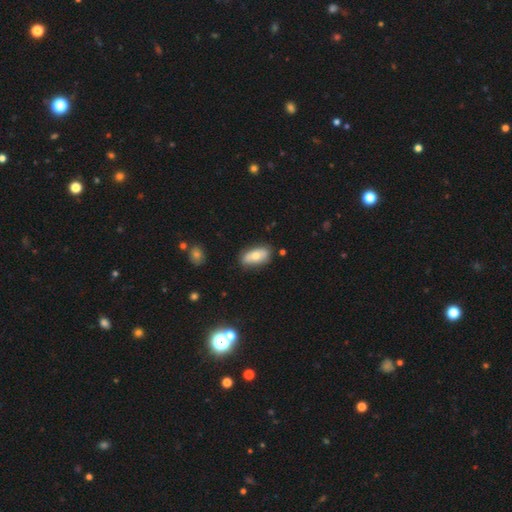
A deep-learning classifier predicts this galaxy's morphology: The model was most divided on "smooth or featured": smooth: 68%, featured or disk: 25%, star or artifact: 7%. More confident: how rounded — in between (89%); merging — none (78%).